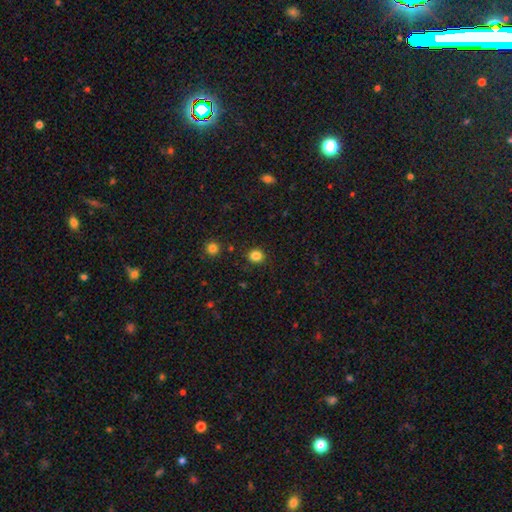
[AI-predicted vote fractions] Overall: smooth (84%). How rounded: round (76%). Merging: none (87%).